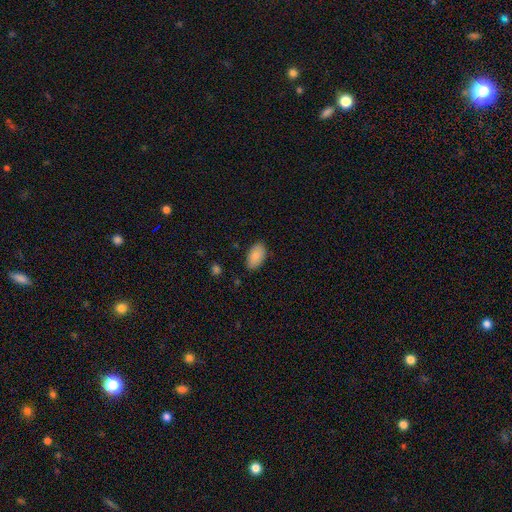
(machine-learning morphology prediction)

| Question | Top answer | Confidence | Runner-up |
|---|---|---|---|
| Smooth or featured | smooth | 88% | star or artifact (7%) |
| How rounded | in between | 95% | round (4%) |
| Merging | none | 85% | minor disturbance (12%) |